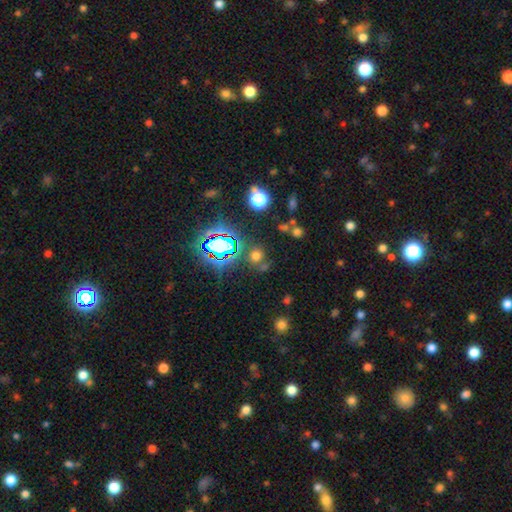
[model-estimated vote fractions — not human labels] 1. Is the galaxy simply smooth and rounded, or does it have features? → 52% smooth, 39% star or artifact, 8% featured or disk.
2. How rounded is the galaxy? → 86% round, 13% in between, 1% cigar-shaped.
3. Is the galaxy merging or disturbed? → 73% none, 12% merger, 10% minor disturbance, 5% major disturbance.